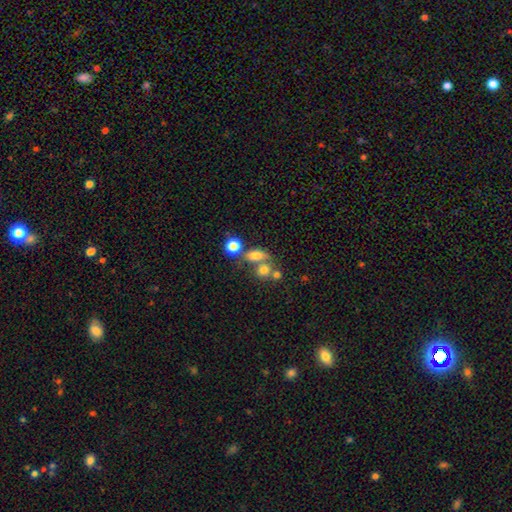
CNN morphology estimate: This is likely a smooth galaxy (71%). How rounded: likely in between (65%). Merging: marginally none (42%).